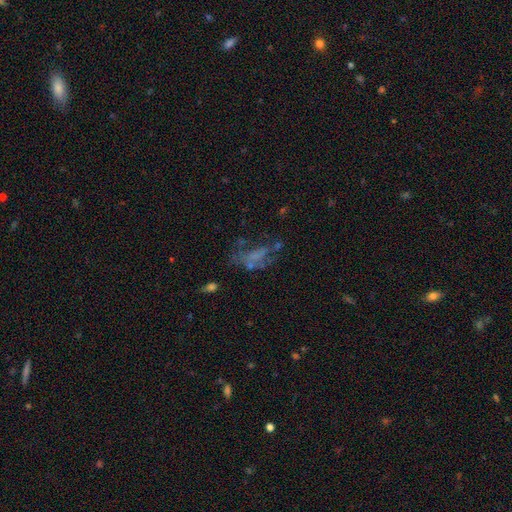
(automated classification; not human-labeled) A featured or disk galaxy (44%). Merging: major disturbance (37%).